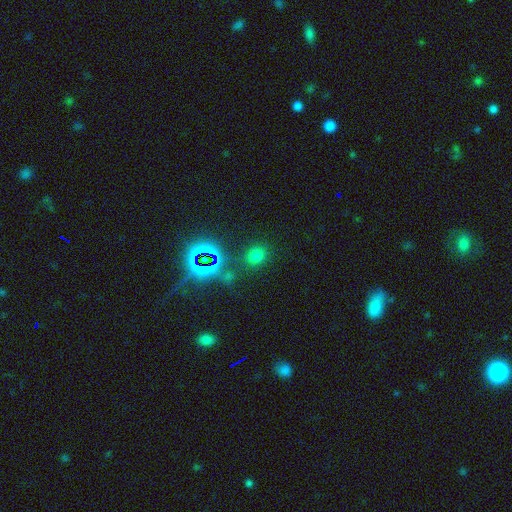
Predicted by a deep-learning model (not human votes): This is likely a smooth galaxy (62%). How rounded: likely round (69%). Merging: likely none (80%).